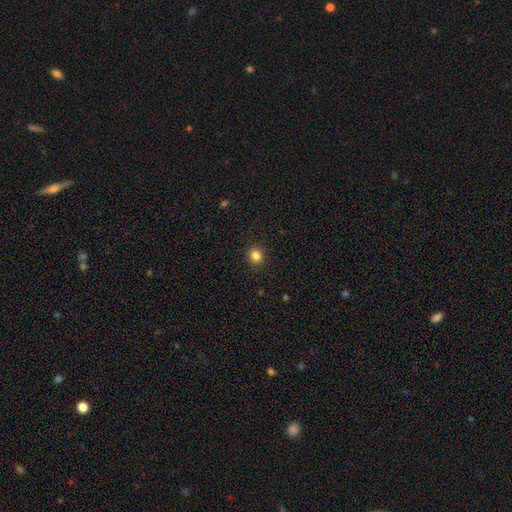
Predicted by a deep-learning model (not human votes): This appears to be a smooth galaxy with no disk features (84%) that is round (78%). Merging: none (91%).